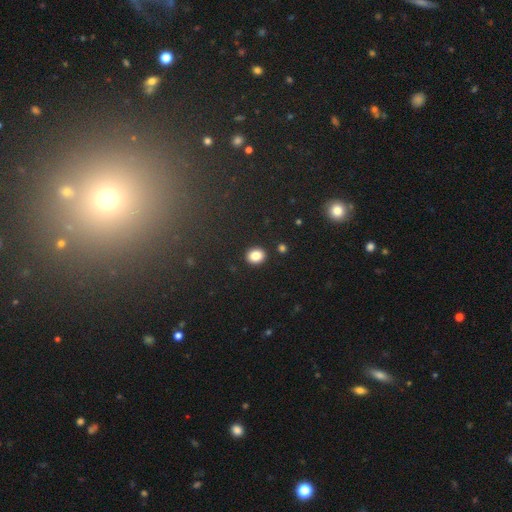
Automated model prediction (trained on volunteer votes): smooth_or_featured: smooth (p=0.85) [alt: star or artifact p=0.10]
how_rounded: round (p=0.63) [alt: in between p=0.37]
merging: none (p=0.90) [alt: minor disturbance p=0.06]